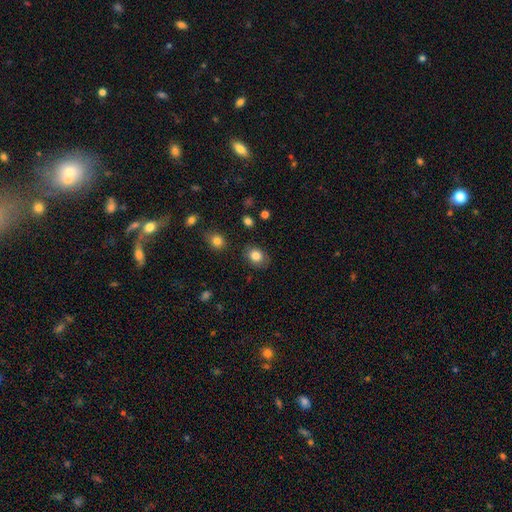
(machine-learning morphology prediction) smooth_or_featured: smooth (p=0.83) [alt: star or artifact p=0.09]
how_rounded: in between (p=0.53) [alt: round p=0.46]
merging: none (p=0.83) [alt: minor disturbance p=0.12]